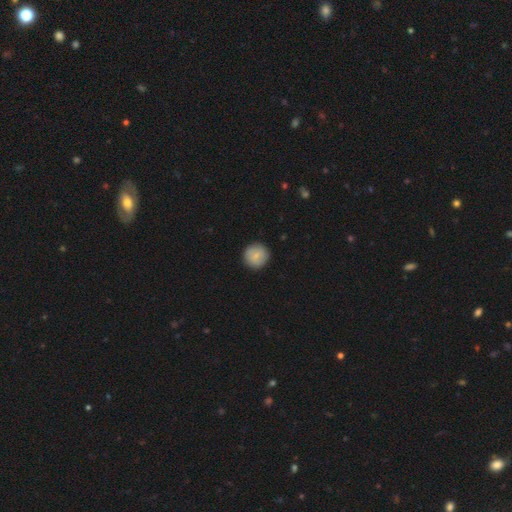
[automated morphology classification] The model was most divided on "smooth or featured": smooth: 84%, featured or disk: 10%, star or artifact: 7%. More confident: how rounded — round (95%); merging — none (91%).